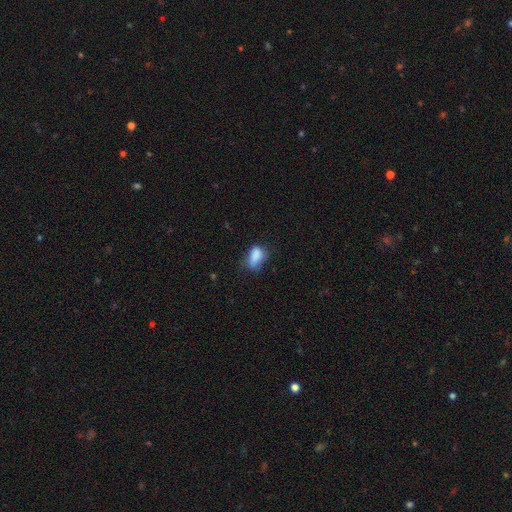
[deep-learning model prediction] Overall: smooth (82%). How rounded: in between (87%). Merging: none (42%; minor disturbance 38%).